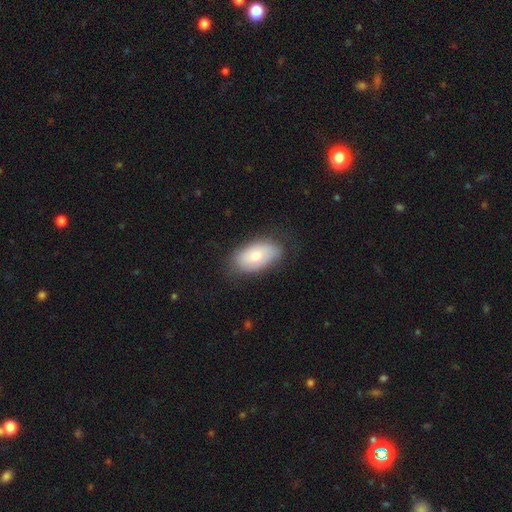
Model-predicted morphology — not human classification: Smooth or featured?
  - smooth: 67% *
  - featured or disk: 27%
  - star or artifact: 6%
How rounded?
  - in between: 94% *
  - round: 5%
  - cigar-shaped: 2%
Merging?
  - none: 75% *
  - minor disturbance: 19%
  - major disturbance: 5%
  - merger: 1%